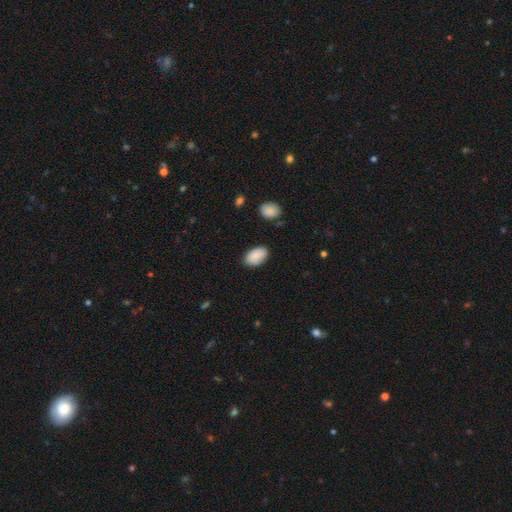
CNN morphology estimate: This is clearly a smooth galaxy (89%). How rounded: clearly in between (93%). Merging: clearly none (83%).